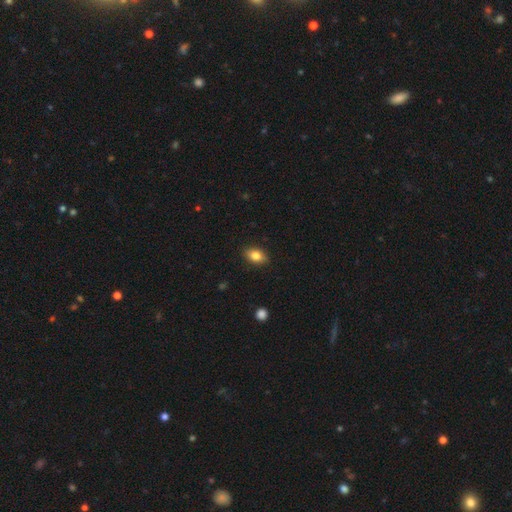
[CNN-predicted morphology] Smooth or featured? smooth (82%)
How rounded? in between (82%)
Merging? none (88%)